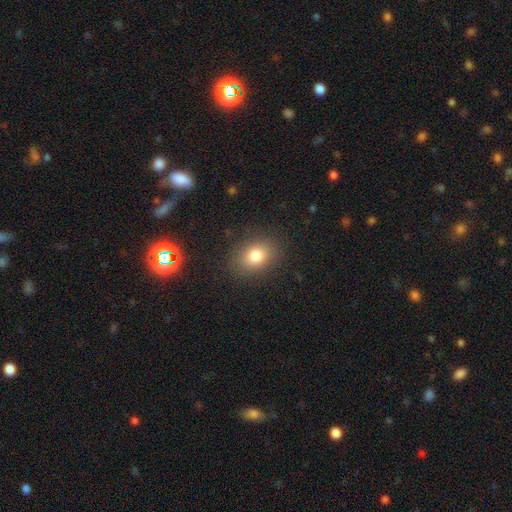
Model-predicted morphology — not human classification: type=smooth (80%); roundness=in between (61%); merging=none (86%).